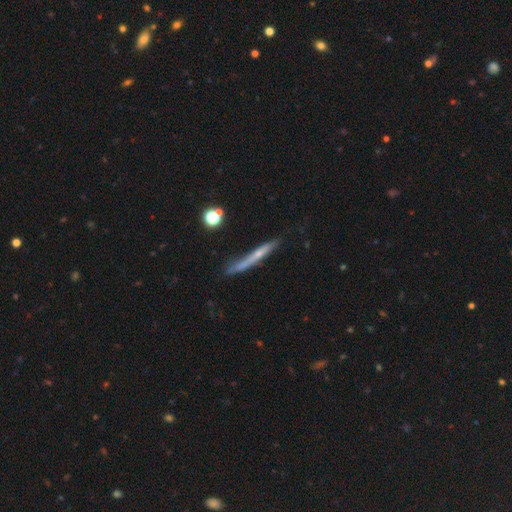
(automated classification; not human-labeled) Q: Smooth or featured?
A: featured or disk (51%); runner-up: smooth (40%)
Q: Edge-on disk?
A: yes (92%); runner-up: no (8%)
Q: Merging?
A: none (68%); runner-up: minor disturbance (22%)